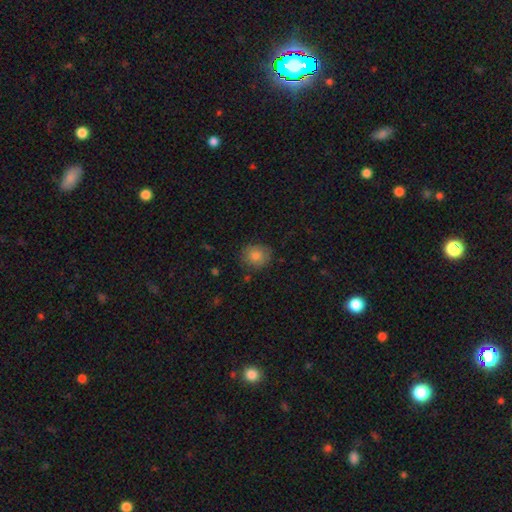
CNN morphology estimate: Smooth or featured? Predicted: smooth (p=0.81). How rounded? Predicted: round (p=0.76). Merging? Predicted: none (p=0.83).